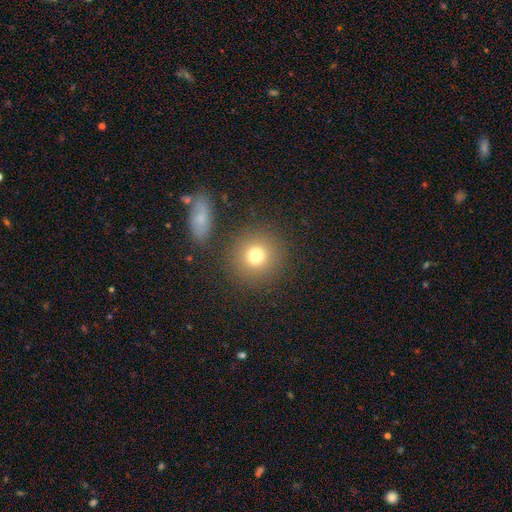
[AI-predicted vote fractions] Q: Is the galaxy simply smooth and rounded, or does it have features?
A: smooth — 77%.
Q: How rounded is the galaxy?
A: round — 93%.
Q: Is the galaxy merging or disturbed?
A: none — 85%.